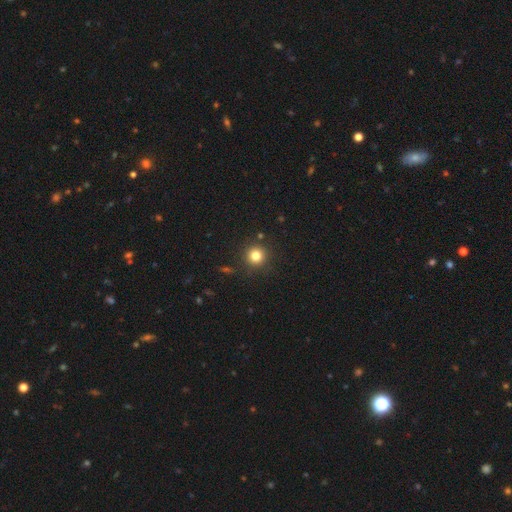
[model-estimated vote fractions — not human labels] Overall: smooth (82%). How rounded: round (95%). Merging: none (89%).